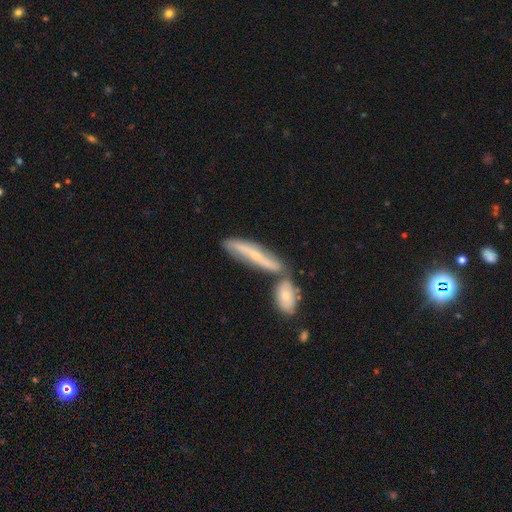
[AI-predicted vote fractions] featured or disk 58%, smooth 35%, star or artifact 7%. Down the decision tree: edge-on disk — yes (58%); merging — none (47%).